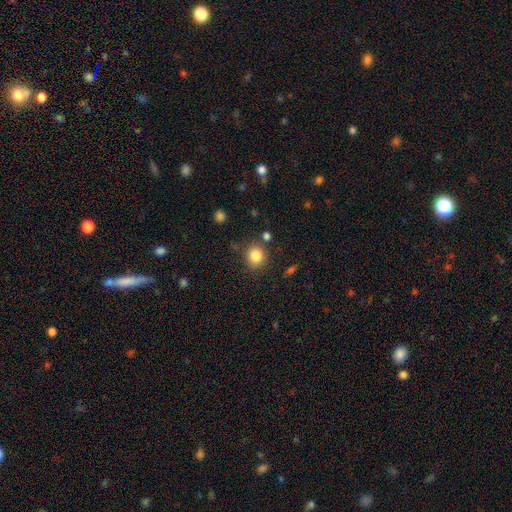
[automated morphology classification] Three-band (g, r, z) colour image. It shows a smooth galaxy with no disk features (83%) that is round (80%). Merging: none (82%).